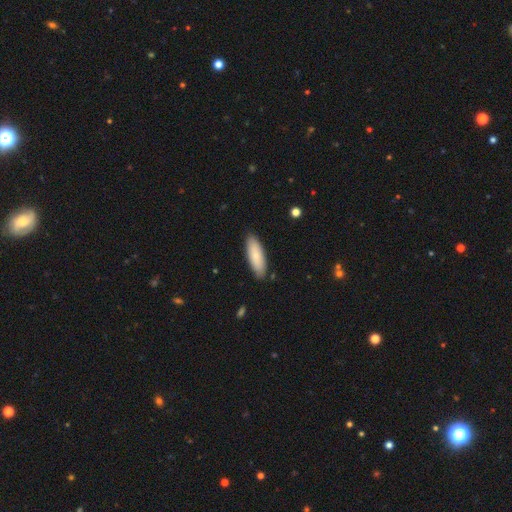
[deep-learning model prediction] smooth_or_featured: smooth (p=0.79) [alt: featured or disk p=0.15]
how_rounded: in between (p=0.61) [alt: cigar-shaped p=0.37]
merging: none (p=0.87) [alt: minor disturbance p=0.10]